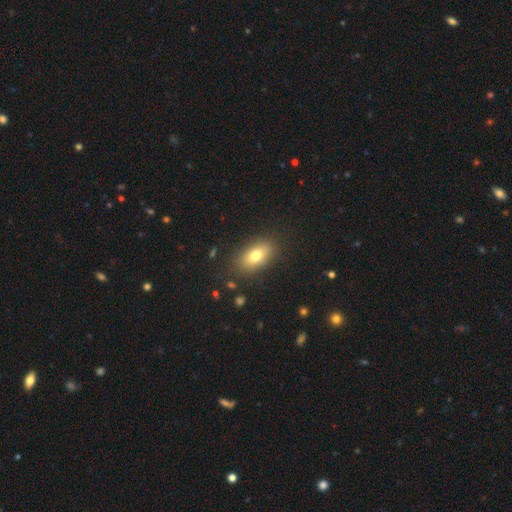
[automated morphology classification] A smooth galaxy with no disk features (76%) that is in between round and cigar-shaped (87%).

Vote fractions:
- Smooth or featured? smooth: 76% / featured or disk: 16% / star or artifact: 9%
- How rounded? in between: 87% / round: 9% / cigar-shaped: 4%
- Merging? none: 84% / minor disturbance: 11% / major disturbance: 4% / merger: 1%